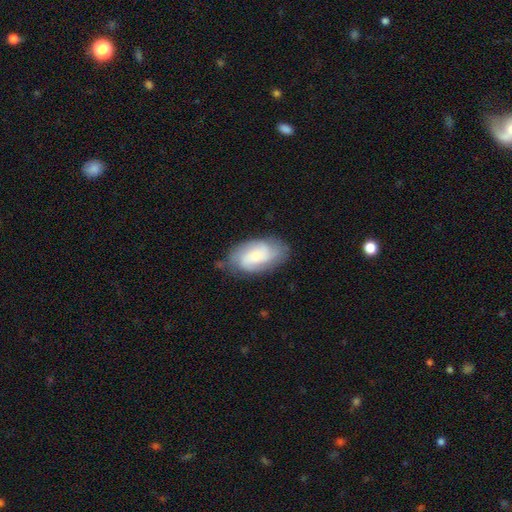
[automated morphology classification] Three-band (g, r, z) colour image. It shows a featured or disk galaxy (65%) with no bar (62%), 2 (30%) tight (46%) spiral arms (93%) and a small central bulge (54%). Merging: none (75%).